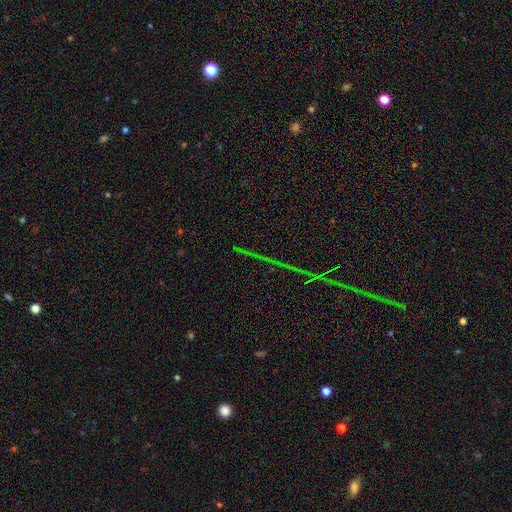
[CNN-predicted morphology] Smooth or featured? star or artifact (82%)